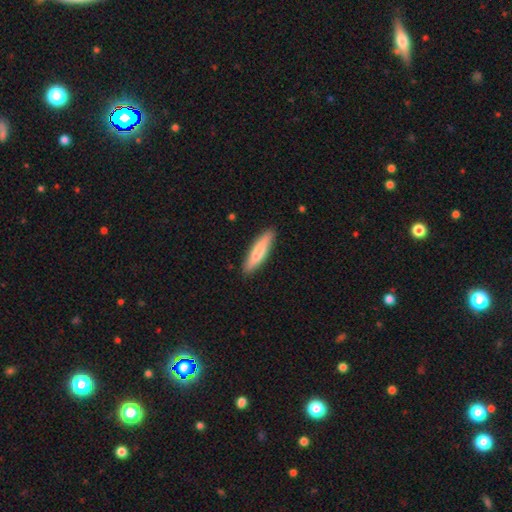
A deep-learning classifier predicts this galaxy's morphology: The model was most divided on "smooth or featured": smooth: 74%, featured or disk: 20%, star or artifact: 5%. More confident: merging — none (88%); how rounded — cigar-shaped (79%).